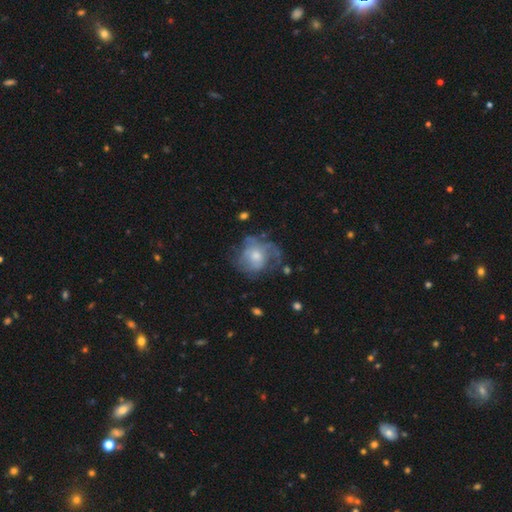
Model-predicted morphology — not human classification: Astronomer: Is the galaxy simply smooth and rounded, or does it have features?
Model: featured or disk — 53% (runner-up: smooth, 39%).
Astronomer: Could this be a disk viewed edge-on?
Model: no — 97%.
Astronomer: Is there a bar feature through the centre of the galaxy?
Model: no — 81%.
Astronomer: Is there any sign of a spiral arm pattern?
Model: yes — 55% (runner-up: no, 45%).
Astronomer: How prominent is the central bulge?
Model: moderate — 54% (runner-up: small, 33%).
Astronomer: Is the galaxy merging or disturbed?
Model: none — 41% (runner-up: major disturbance, 32%).